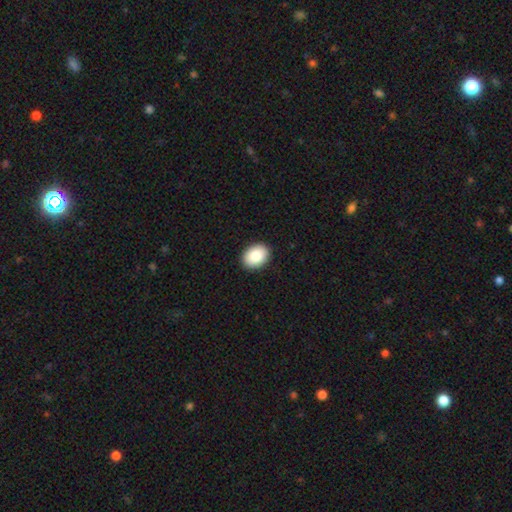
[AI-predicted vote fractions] smooth-or-featured: smooth: 87% | star or artifact: 7% | featured or disk: 6%
  how-rounded: in between: 72% | round: 27% | cigar-shaped: 1%
  merging: none: 91% | minor disturbance: 7% | major disturbance: 2% | merger: 1%